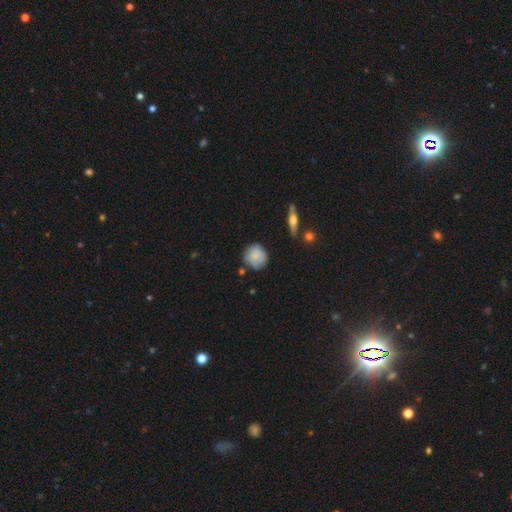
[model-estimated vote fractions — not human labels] This is likely a smooth galaxy (70%). How rounded: clearly round (85%). Merging: likely none (66%).